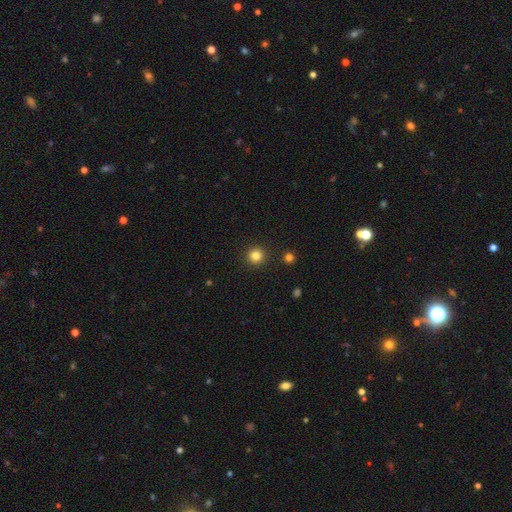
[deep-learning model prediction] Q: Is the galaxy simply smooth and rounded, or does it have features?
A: smooth — 82%.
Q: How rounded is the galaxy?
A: round — 96%.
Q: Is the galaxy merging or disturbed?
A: none — 92%.